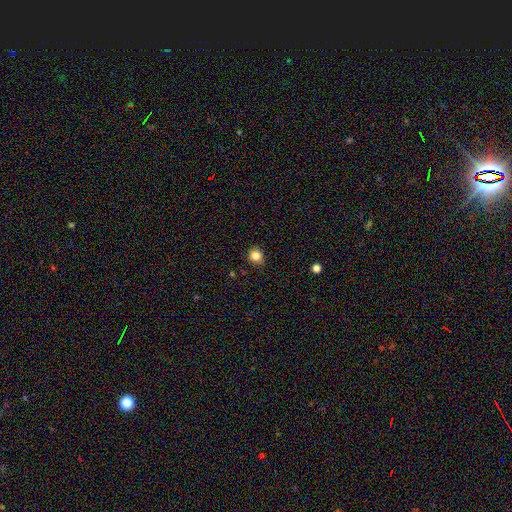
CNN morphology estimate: This appears to be a smooth galaxy with no disk features (84%) that is round (81%). Merging: none (86%).